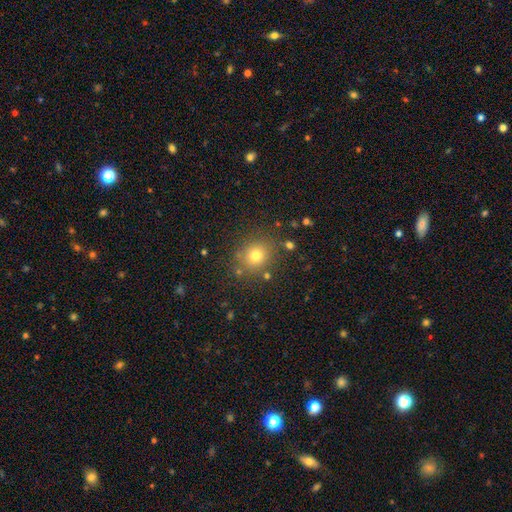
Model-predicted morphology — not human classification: Smooth or featured? smooth (74%)
How rounded? round (79%)
Merging? none (83%)